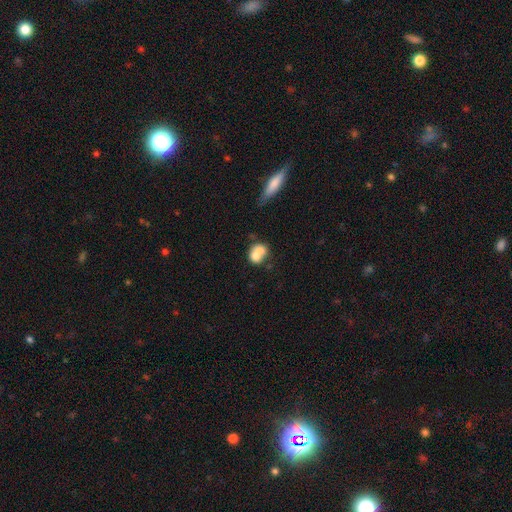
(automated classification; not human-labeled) This appears to be a smooth galaxy with no disk features (69%) that is round (55%). Merging: merger (60%).